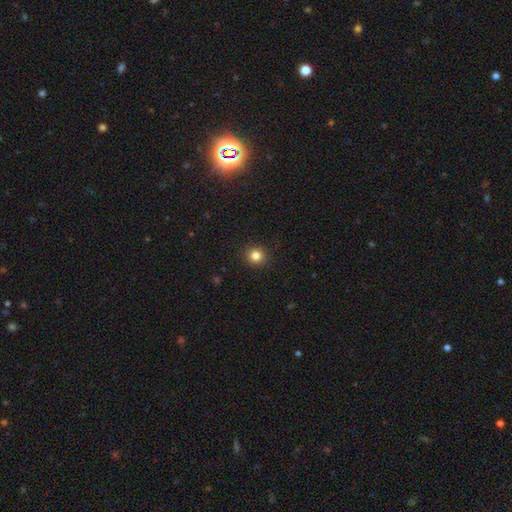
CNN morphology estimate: Overall: smooth (83%). How rounded: round (91%). Merging: none (92%).